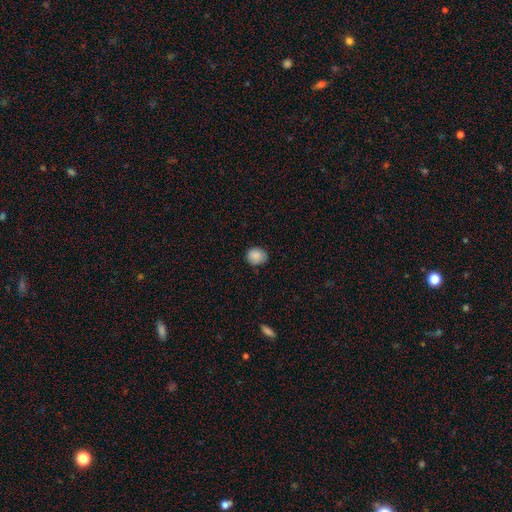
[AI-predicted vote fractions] Smooth or featured? Predicted: smooth (p=0.87). How rounded? Predicted: round (p=0.72). Merging? Predicted: none (p=0.79).